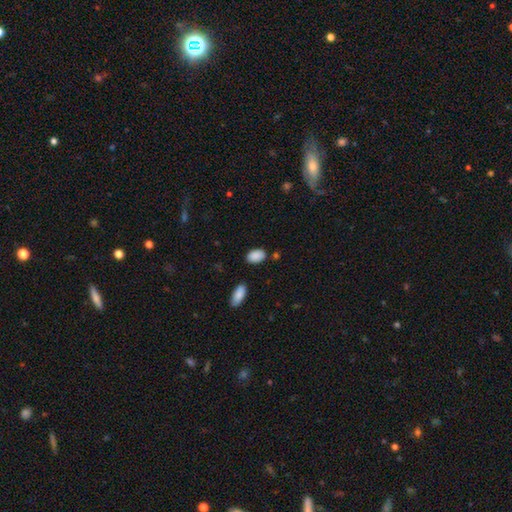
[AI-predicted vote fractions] Smooth or featured? Predicted: smooth (p=0.89). How rounded? Predicted: in between (p=0.91). Merging? Predicted: none (p=0.80).